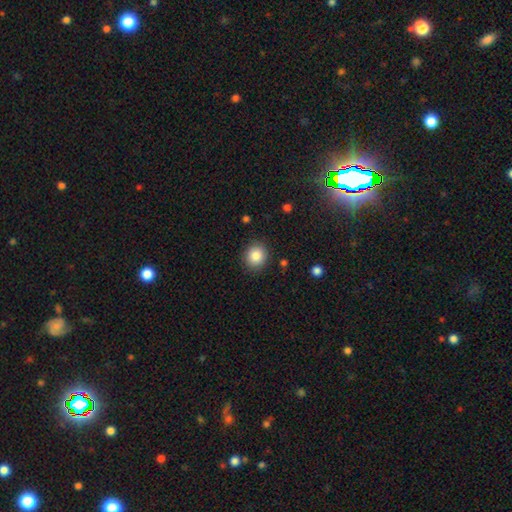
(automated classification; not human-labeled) Q: Smooth or featured?
A: smooth (85%); runner-up: star or artifact (9%)
Q: How rounded?
A: round (85%); runner-up: in between (14%)
Q: Merging?
A: none (89%); runner-up: minor disturbance (7%)